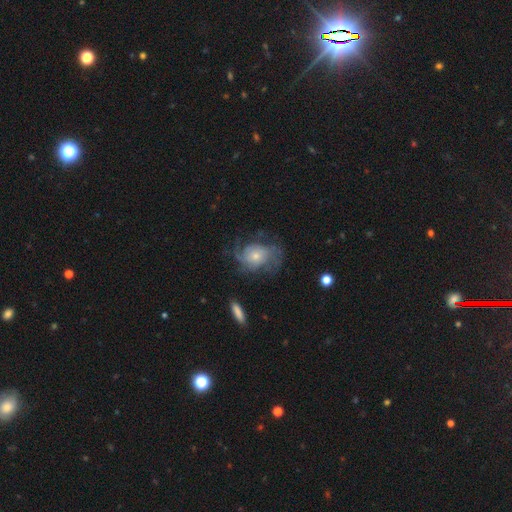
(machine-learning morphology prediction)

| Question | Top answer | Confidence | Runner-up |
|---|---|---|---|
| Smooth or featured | featured or disk | 67% | smooth (25%) |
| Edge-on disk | no | 96% | yes (4%) |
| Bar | no | 78% | weak (19%) |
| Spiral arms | yes | 84% | no (16%) |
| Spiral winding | medium | 40% | tight (33%) |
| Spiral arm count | can't tell | 38% | 2 (22%) |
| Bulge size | small | 52% | moderate (38%) |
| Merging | none | 50% | major disturbance (26%) |